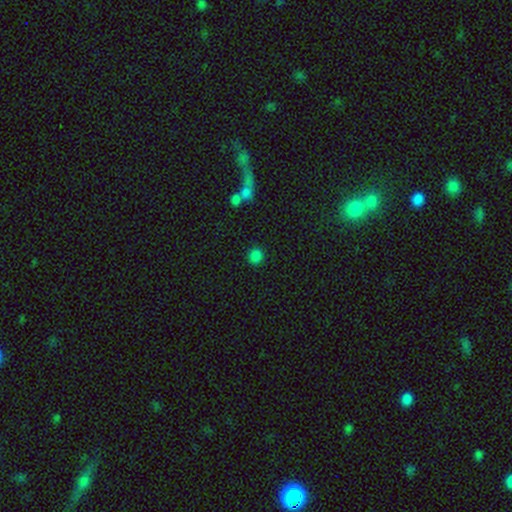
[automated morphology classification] Q: Smooth or featured?
A: smooth (82%); runner-up: star or artifact (14%)
Q: How rounded?
A: round (86%); runner-up: in between (13%)
Q: Merging?
A: none (85%); runner-up: minor disturbance (8%)